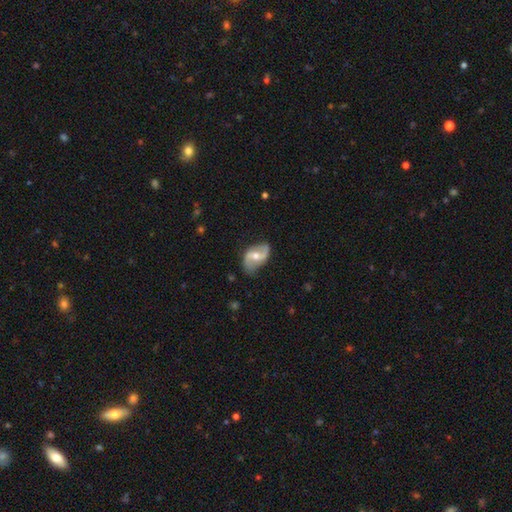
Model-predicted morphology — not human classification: type=featured or disk (78%); edge-on=no (96%); bar=weak (41%, tied with no); spiral arms=yes (90%); winding=loose (70%); arm count=2 (91%); bulge=moderate (68%); merging=none (73%).